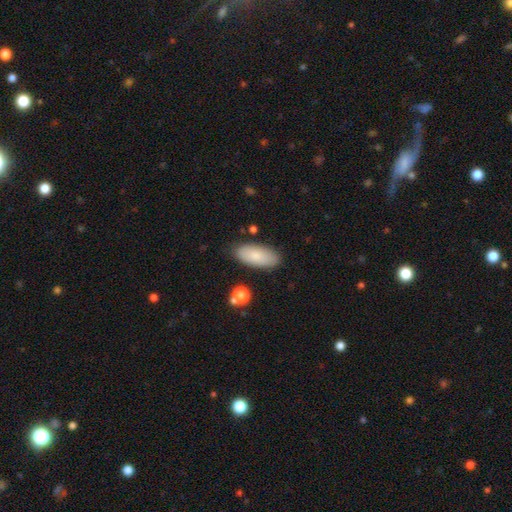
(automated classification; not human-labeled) A smooth galaxy with no disk features (83%) that is in between round and cigar-shaped (86%). Merging: none (84%).